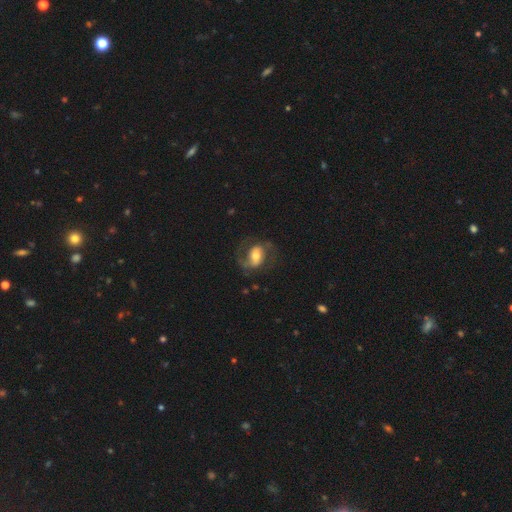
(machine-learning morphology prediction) This appears to be a featured or disk galaxy (65%) with a weak bar (38%), 2 (81%) medium (51%) spiral arms (84%) and a moderate central bulge (59%). Merging: none (64%).